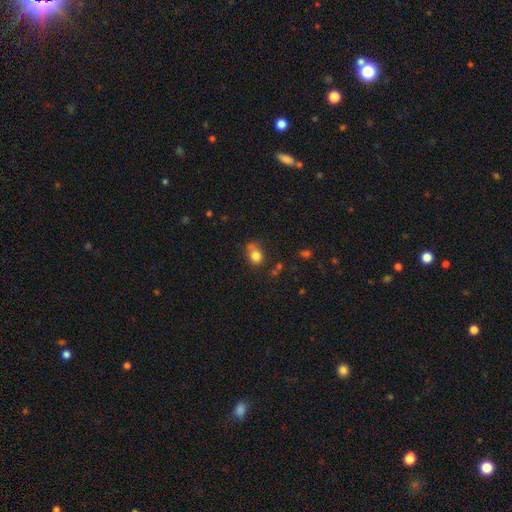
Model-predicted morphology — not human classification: The model was most divided on "merging": none: 49%, minor disturbance: 21%, merger: 21%, major disturbance: 9%. More confident: smooth or featured — smooth (80%); how rounded — round (65%).